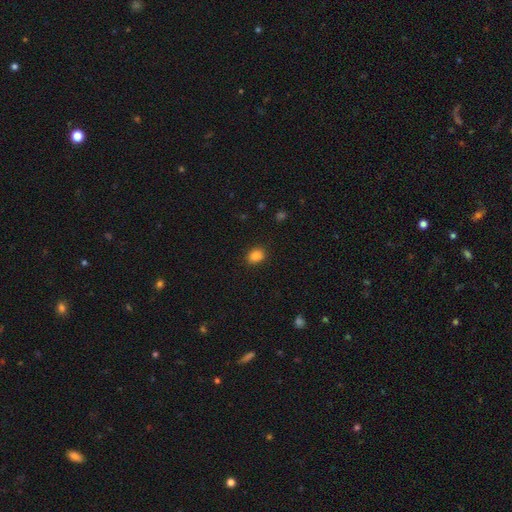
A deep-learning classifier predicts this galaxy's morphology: The model was most divided on "how rounded": in between: 55%, round: 44%, cigar-shaped: 1%. More confident: merging — none (88%); smooth or featured — smooth (86%).